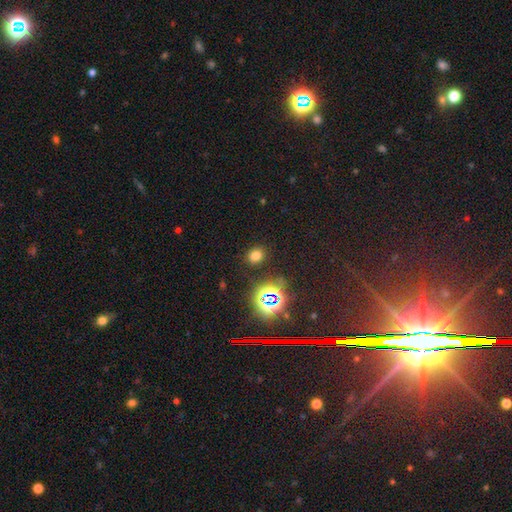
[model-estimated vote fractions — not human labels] Smooth or featured? smooth (69%)
How rounded? round (53%)
Merging? none (86%)